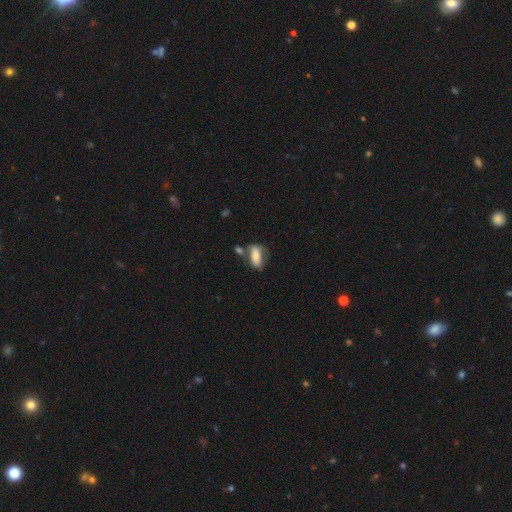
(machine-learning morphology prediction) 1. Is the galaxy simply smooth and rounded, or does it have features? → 69% smooth, 24% featured or disk, 8% star or artifact.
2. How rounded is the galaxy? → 72% in between, 24% cigar-shaped, 4% round.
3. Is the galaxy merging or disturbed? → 50% none, 22% minor disturbance, 19% merger, 10% major disturbance.